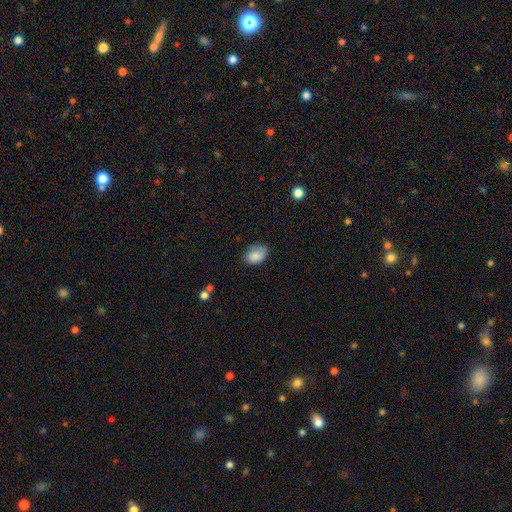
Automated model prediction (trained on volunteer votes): smooth_or_featured: smooth (p=0.86) [alt: star or artifact p=0.08]
how_rounded: in between (p=0.83) [alt: round p=0.16]
merging: none (p=0.70) [alt: minor disturbance p=0.24]